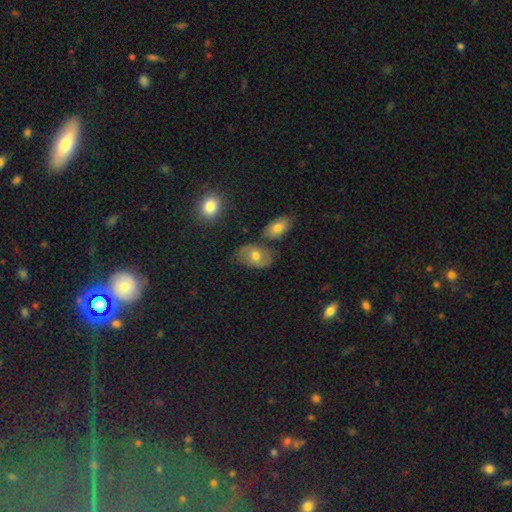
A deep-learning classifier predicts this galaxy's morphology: smooth_or_featured: smooth (p=0.63) [alt: featured or disk p=0.28]
how_rounded: in between (p=0.85) [alt: round p=0.14]
merging: none (p=0.64) [alt: minor disturbance p=0.17]